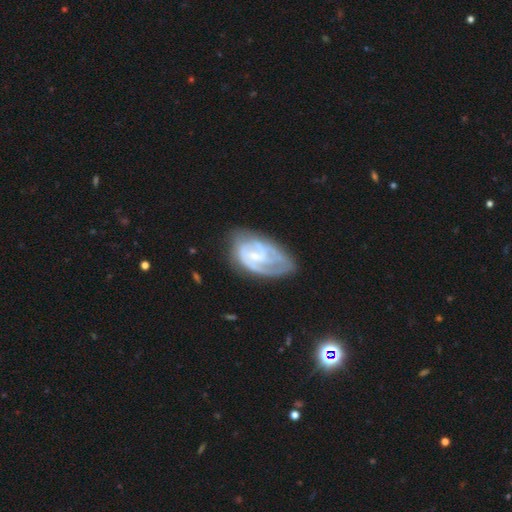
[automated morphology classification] This appears to be a featured or disk galaxy (80%) with no bar (47%), 2 (41%) tight (49%) spiral arms (89%) and a small central bulge (63%). Merging: none (56%).